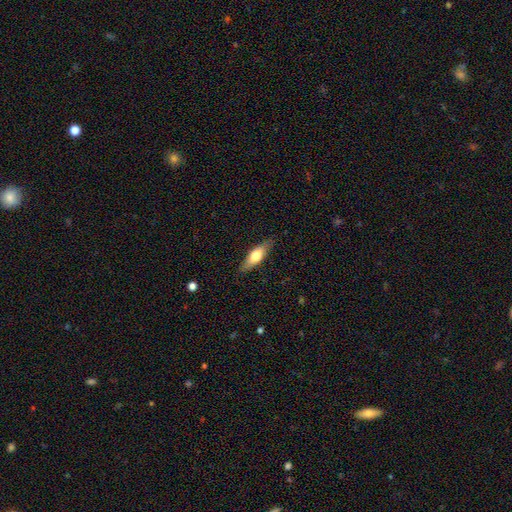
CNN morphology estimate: The model was most divided on "how rounded": cigar-shaped: 51%, in between: 46%, round: 3%. More confident: merging — none (86%); smooth or featured — smooth (55%).